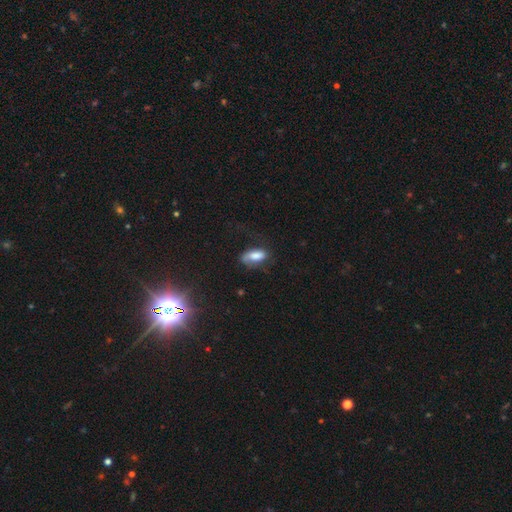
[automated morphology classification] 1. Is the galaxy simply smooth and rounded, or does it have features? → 70% smooth, 22% featured or disk, 9% star or artifact.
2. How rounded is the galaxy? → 86% in between, 10% cigar-shaped, 4% round.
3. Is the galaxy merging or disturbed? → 48% none, 28% minor disturbance, 21% major disturbance, 2% merger.